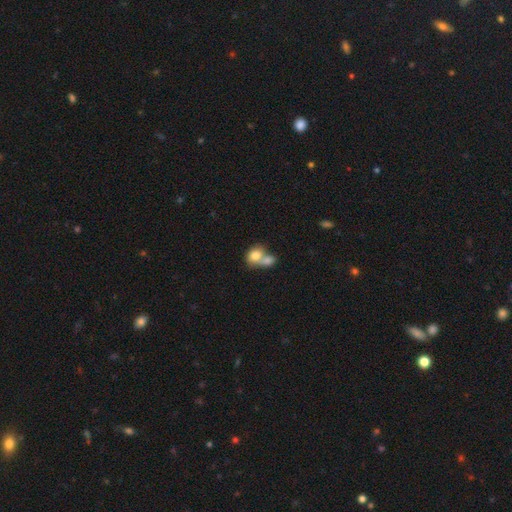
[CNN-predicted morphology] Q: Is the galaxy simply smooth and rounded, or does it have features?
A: smooth — 77%.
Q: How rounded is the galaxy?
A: in between — 52%.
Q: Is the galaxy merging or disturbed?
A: merger — 69%.